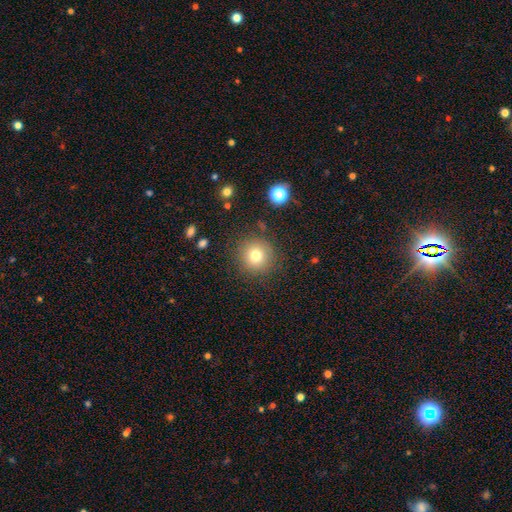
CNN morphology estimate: This is likely a smooth galaxy (76%). How rounded: clearly round (92%). Merging: clearly none (86%).